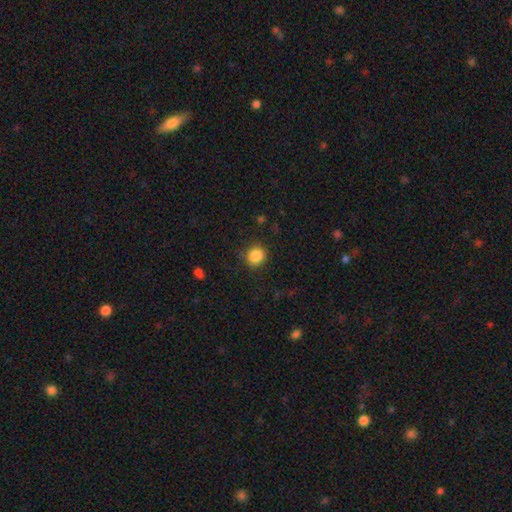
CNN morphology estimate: A smooth galaxy with no disk features (86%) that is round (86%). Merging: none (86%).